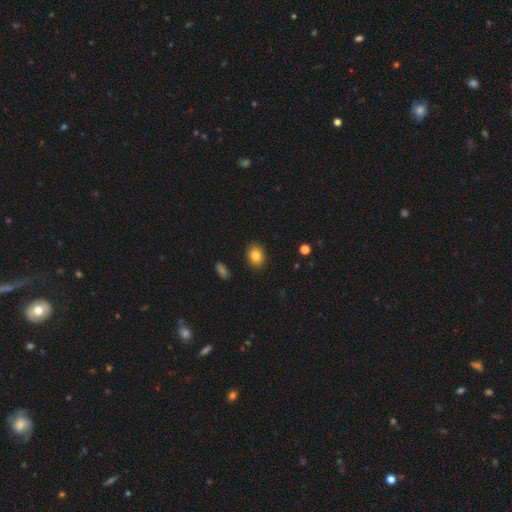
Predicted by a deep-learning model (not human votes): Overall: smooth (83%). How rounded: in between (54%; round 44%). Merging: none (89%).